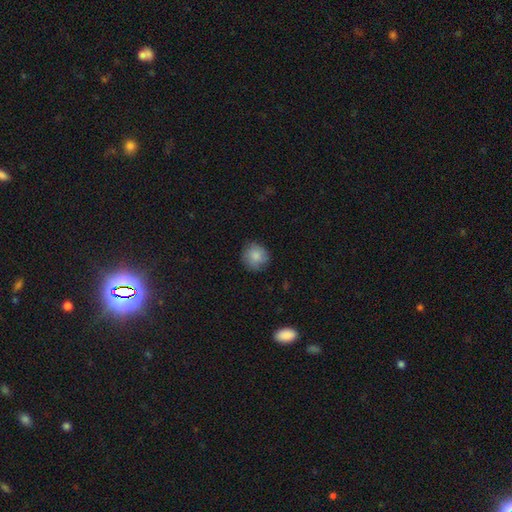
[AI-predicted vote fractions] smooth 85%, star or artifact 8%, featured or disk 7%. Down the decision tree: how rounded — round (92%); merging — none (84%).